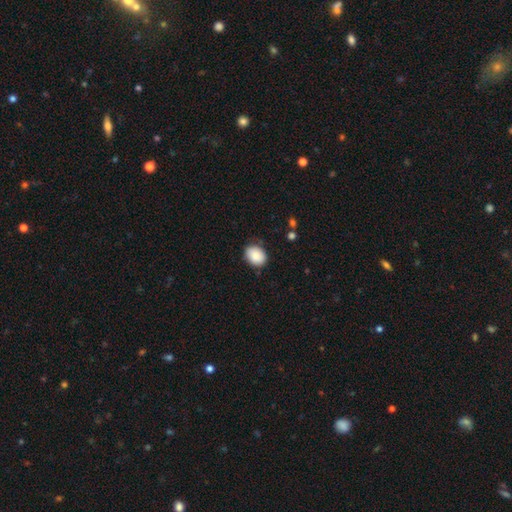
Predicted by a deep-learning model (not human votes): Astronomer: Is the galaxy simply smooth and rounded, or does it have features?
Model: smooth — 88%.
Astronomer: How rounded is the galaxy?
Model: in between — 56% (runner-up: round, 44%).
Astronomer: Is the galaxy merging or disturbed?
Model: none — 81%.